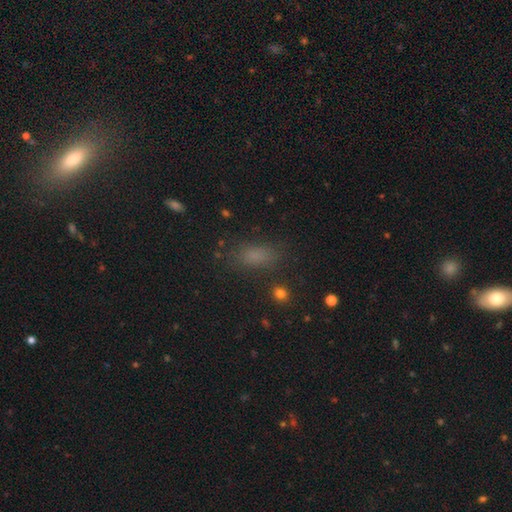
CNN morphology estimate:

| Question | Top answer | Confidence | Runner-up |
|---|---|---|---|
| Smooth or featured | smooth | 74% | star or artifact (19%) |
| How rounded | in between | 77% | cigar-shaped (15%) |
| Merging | none | 77% | minor disturbance (14%) |